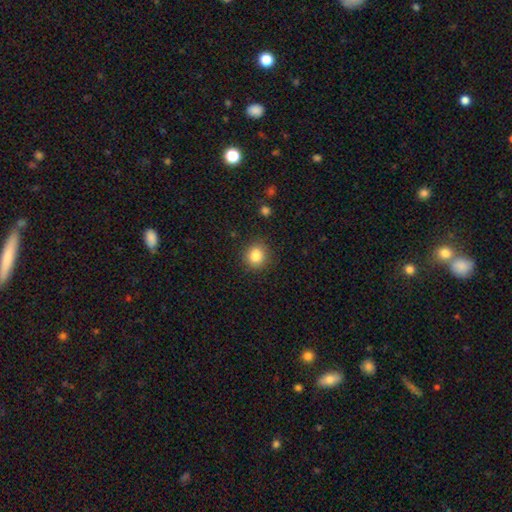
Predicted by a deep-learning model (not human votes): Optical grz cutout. It shows a smooth galaxy with no disk features (84%) that is round (85%). Merging: none (88%).